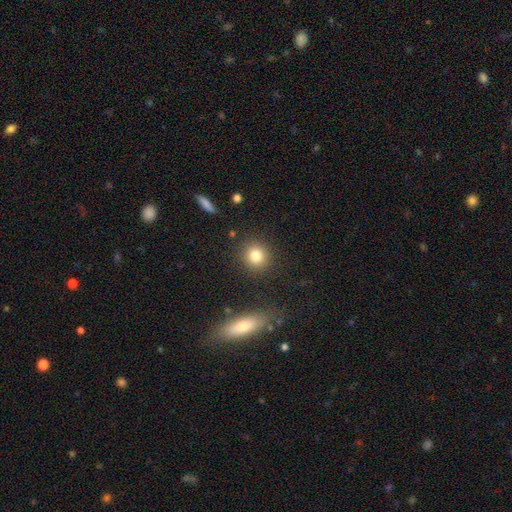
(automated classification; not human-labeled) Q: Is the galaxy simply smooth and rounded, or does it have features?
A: smooth — 83%.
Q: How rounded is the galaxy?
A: round — 89%.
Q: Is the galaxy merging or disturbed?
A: none — 88%.